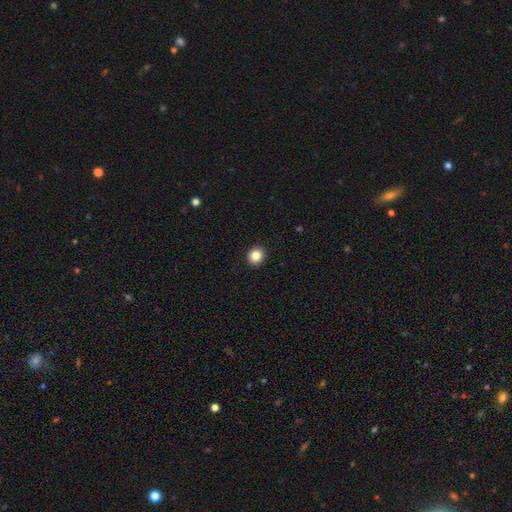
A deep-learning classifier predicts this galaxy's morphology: Overall: smooth (85%). How rounded: round (76%). Merging: none (92%).